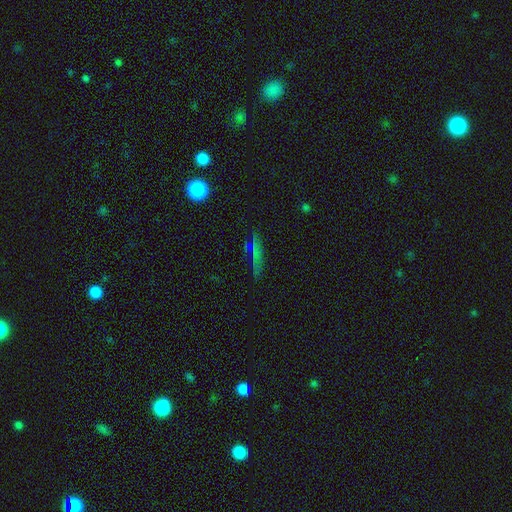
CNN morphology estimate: A smooth galaxy with no disk features (50%). Merging: none (77%).